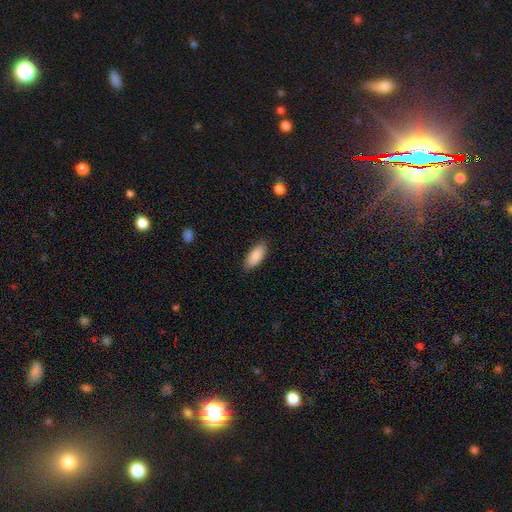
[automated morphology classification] Overall: smooth (89%). How rounded: in between (85%). Merging: none (85%).